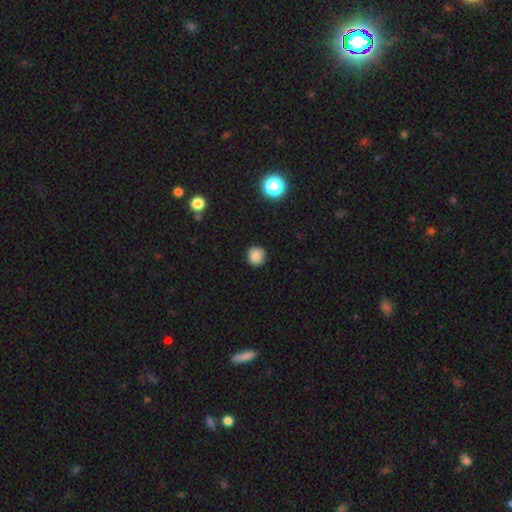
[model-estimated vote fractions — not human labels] smooth-or-featured: smooth: 84% | star or artifact: 11% | featured or disk: 4%
  how-rounded: round: 93% | in between: 6% | cigar-shaped: 1%
  merging: none: 90% | minor disturbance: 7% | major disturbance: 2% | merger: 1%